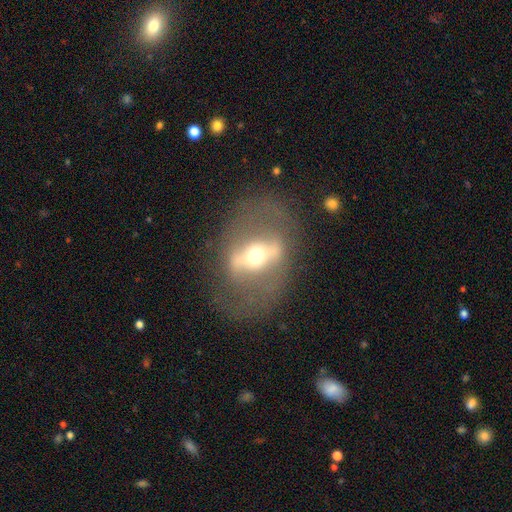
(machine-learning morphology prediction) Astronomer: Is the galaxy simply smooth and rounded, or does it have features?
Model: featured or disk — 73%.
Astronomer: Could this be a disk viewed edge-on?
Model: no — 78%.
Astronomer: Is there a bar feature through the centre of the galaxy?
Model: strong — 70%.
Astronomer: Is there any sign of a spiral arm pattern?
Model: no — 73%.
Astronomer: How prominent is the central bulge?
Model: moderate — 64%.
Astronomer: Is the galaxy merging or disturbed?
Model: none — 67%.